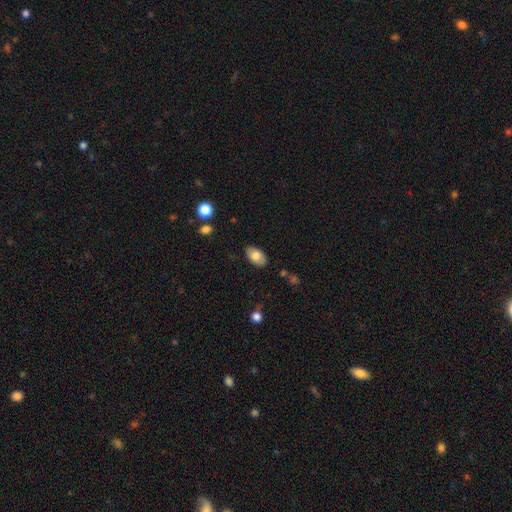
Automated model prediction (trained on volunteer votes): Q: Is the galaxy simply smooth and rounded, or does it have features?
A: smooth — 75%.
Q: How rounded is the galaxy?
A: in between — 93%.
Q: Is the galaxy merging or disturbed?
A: none — 84%.